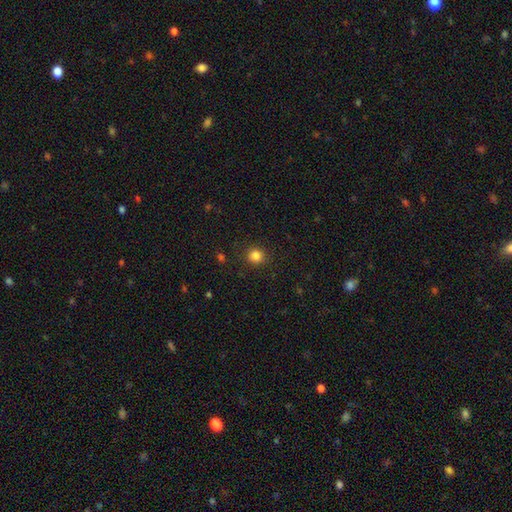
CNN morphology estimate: The model was most divided on "smooth or featured": smooth: 84%, star or artifact: 12%, featured or disk: 4%. More confident: merging — none (90%); how rounded — round (89%).